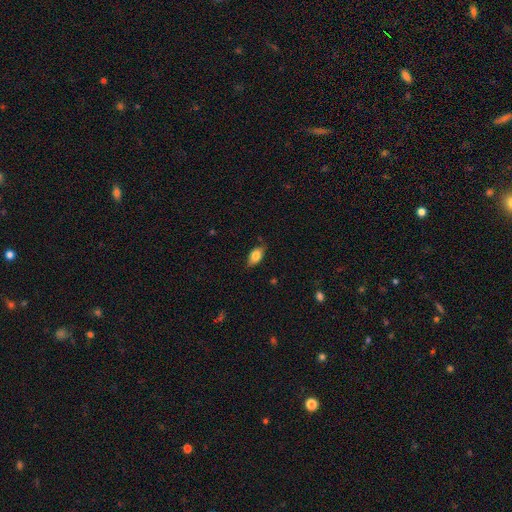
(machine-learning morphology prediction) The model was most divided on "merging": none: 81%, minor disturbance: 15%, major disturbance: 3%, merger: 1%. More confident: how rounded — in between (90%); smooth or featured — smooth (81%).